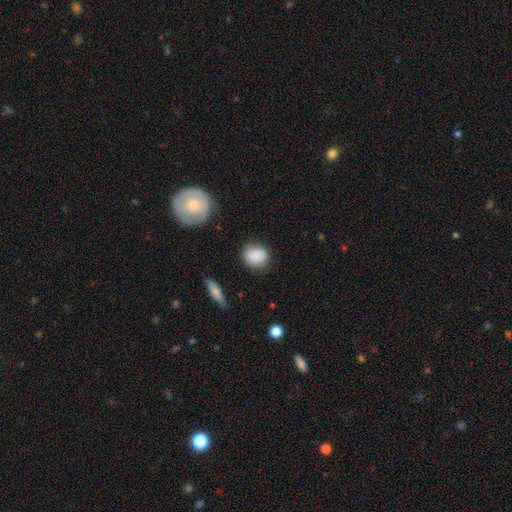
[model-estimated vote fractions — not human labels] Smooth or featured? Predicted: smooth (p=0.87). How rounded? Predicted: round (p=0.65). Merging? Predicted: none (p=0.80).